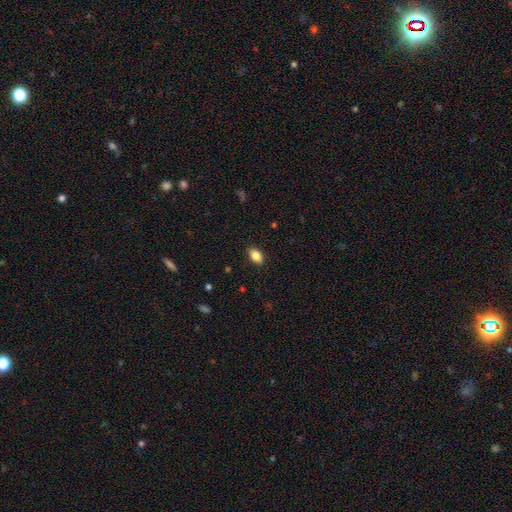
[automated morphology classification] Smooth or featured? smooth (85%)
How rounded? in between (89%)
Merging? none (89%)